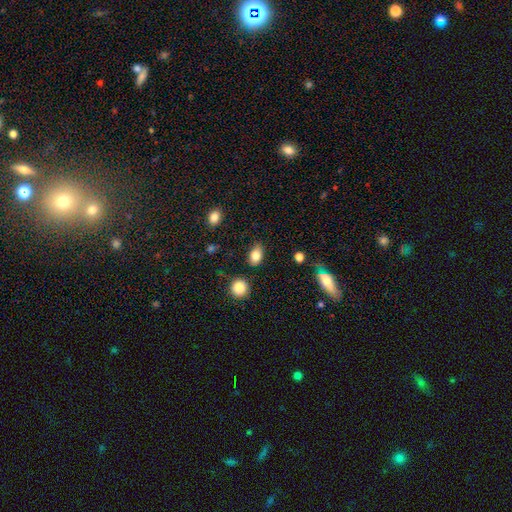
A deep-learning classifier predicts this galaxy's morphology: type=smooth (83%); roundness=in between (82%); merging=none (82%).